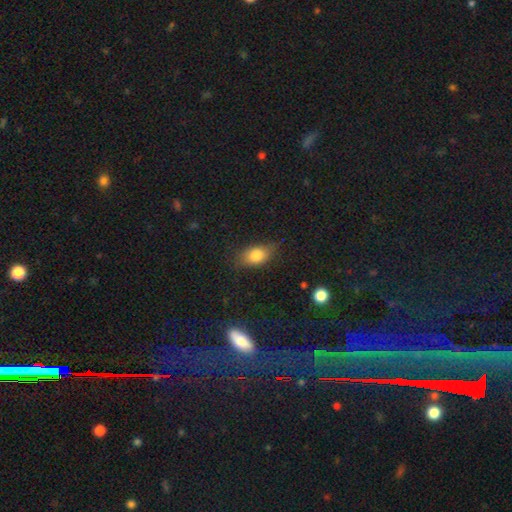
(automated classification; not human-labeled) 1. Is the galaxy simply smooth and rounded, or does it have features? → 79% smooth, 11% featured or disk, 9% star or artifact.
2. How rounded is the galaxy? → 83% in between, 13% round, 4% cigar-shaped.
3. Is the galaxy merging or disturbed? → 74% none, 20% minor disturbance, 5% major disturbance, 1% merger.